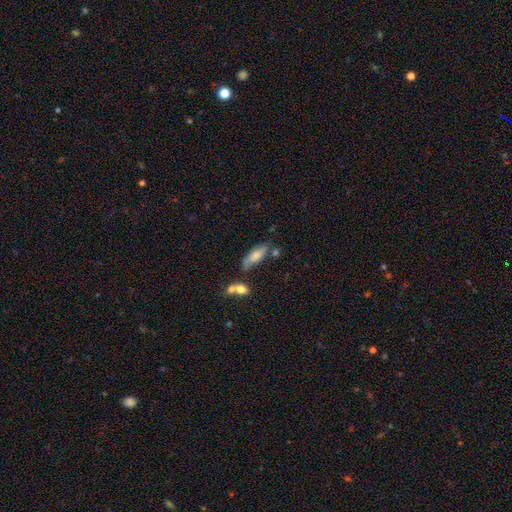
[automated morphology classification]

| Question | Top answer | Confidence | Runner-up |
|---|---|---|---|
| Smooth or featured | smooth | 72% | featured or disk (21%) |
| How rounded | in between | 69% | cigar-shaped (29%) |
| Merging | none | 53% | minor disturbance (24%) |